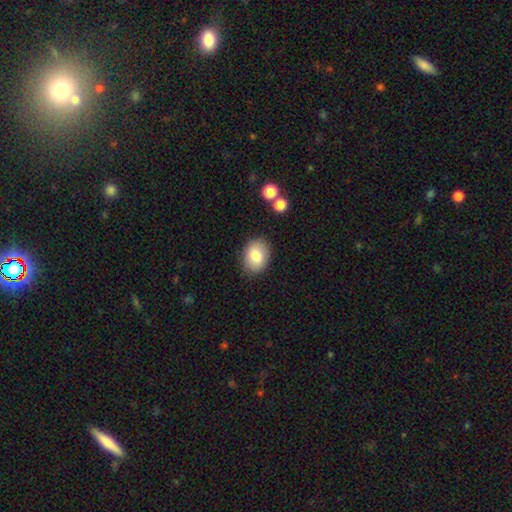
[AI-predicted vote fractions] A smooth galaxy with no disk features (82%) that is in between round and cigar-shaped (66%).

Vote fractions:
- Smooth or featured? smooth: 82% / featured or disk: 10% / star or artifact: 8%
- How rounded? in between: 66% / round: 33% / cigar-shaped: 1%
- Merging? none: 85% / minor disturbance: 10% / major disturbance: 2% / merger: 2%